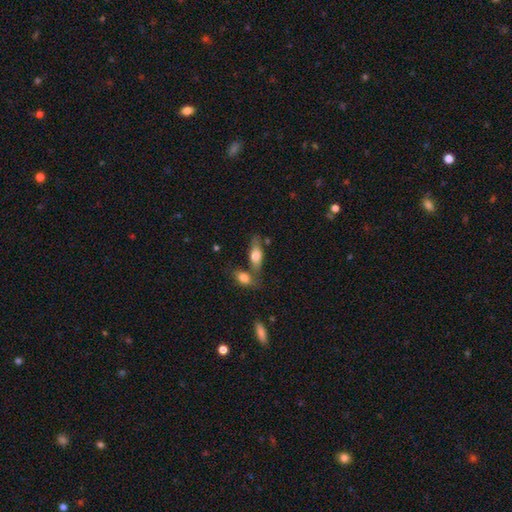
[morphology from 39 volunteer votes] Smooth or featured?
  - smooth: 72% *
  - featured or disk: 23%
  - star or artifact: 5%
How rounded?
  - in between: 79% *
  - cigar-shaped: 21%
  - round: 0%
Merging?
  - none: 73% *
  - merger: 24%
  - major disturbance: 3%
  - minor disturbance: 0%